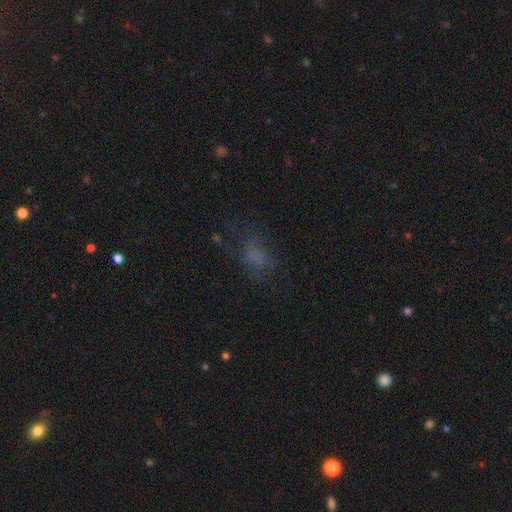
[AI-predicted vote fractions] smooth 54%, star or artifact 25%, featured or disk 21%. Down the decision tree: how rounded — in between (69%); merging — none (53%).